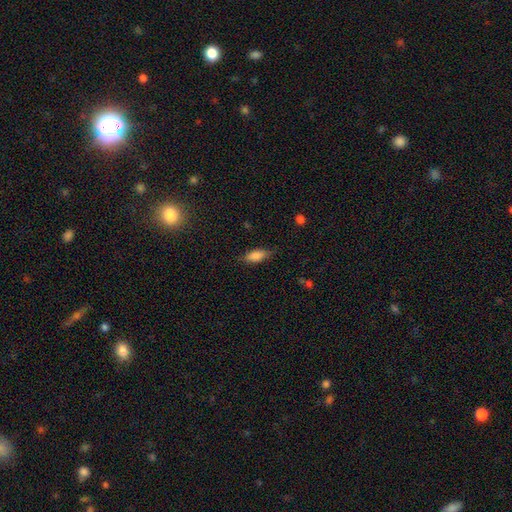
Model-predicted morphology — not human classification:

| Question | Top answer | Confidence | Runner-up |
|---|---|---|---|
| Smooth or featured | smooth | 81% | featured or disk (11%) |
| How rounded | in between | 78% | cigar-shaped (19%) |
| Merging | none | 73% | minor disturbance (21%) |